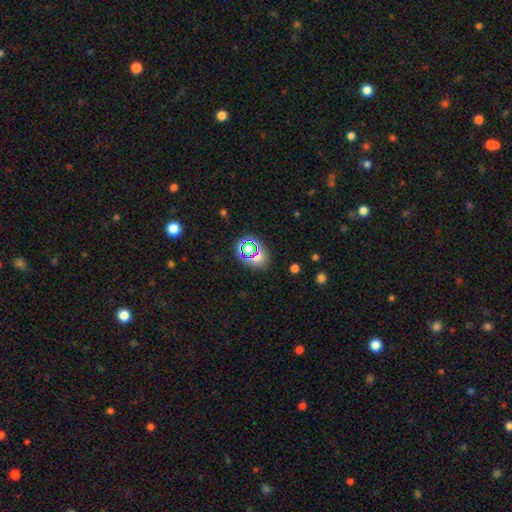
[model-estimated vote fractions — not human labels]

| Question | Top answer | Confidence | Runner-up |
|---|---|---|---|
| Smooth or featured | star or artifact | 45% | smooth (44%) |